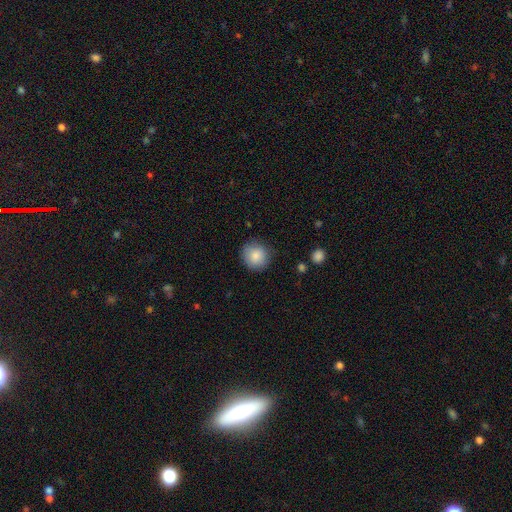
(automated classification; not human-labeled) Morphology: type=smooth (85%); roundness=round (90%); merging=none (84%).